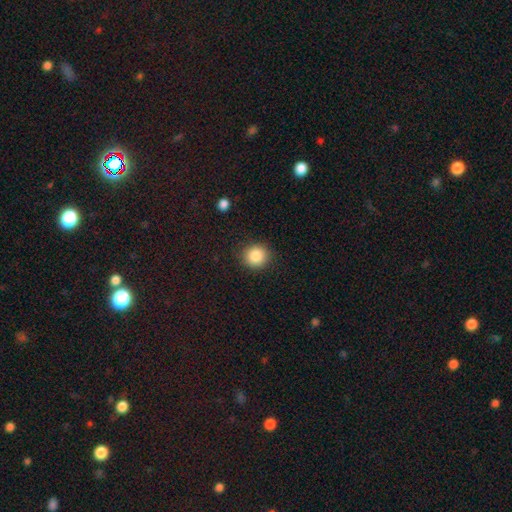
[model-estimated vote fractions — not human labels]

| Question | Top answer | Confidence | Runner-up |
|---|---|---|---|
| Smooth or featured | smooth | 86% | star or artifact (10%) |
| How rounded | round | 90% | in between (9%) |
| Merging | none | 89% | minor disturbance (7%) |